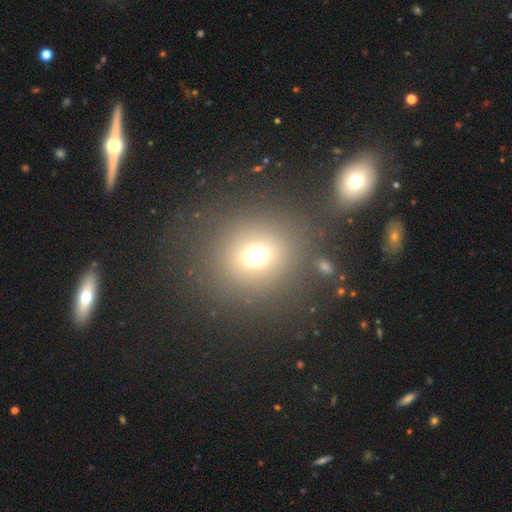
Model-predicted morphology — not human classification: Overall: smooth (68%). How rounded: round (80%). Merging: none (75%).